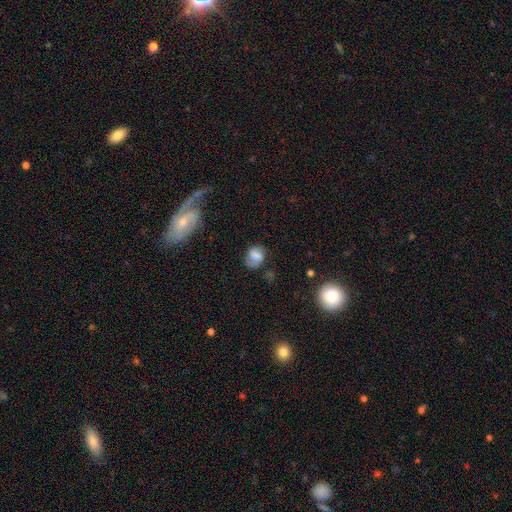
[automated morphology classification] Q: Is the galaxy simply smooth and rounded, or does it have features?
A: smooth — 61%.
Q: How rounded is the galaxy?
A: in between — 50%.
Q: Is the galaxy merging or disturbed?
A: none — 54%.